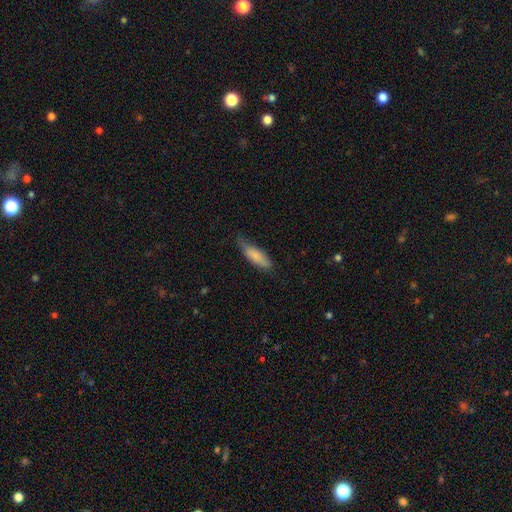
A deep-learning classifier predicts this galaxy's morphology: The model was most divided on "how rounded": in between: 55%, cigar-shaped: 43%, round: 2%. More confident: smooth or featured — smooth (79%); merging — none (54%).